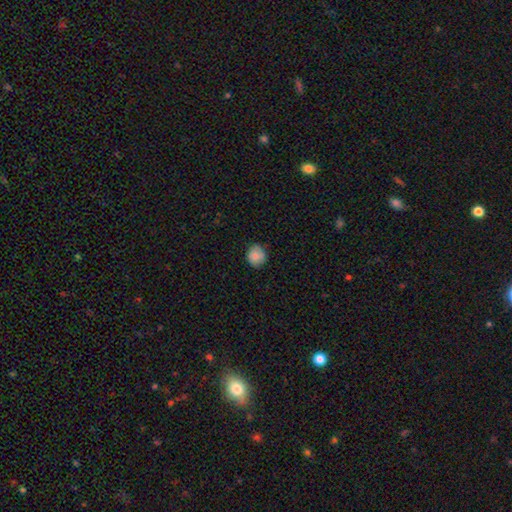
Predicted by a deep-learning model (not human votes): smooth-or-featured: smooth: 85% | star or artifact: 9% | featured or disk: 6%
  how-rounded: round: 83% | in between: 16% | cigar-shaped: 1%
  merging: none: 78% | minor disturbance: 18% | major disturbance: 3% | merger: 1%